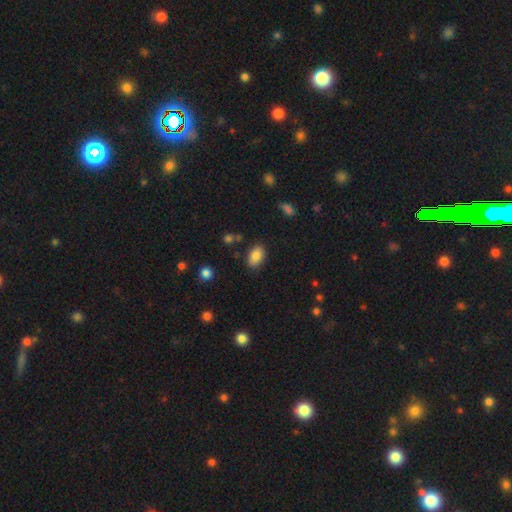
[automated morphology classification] Overall: smooth (84%). How rounded: in between (90%). Merging: none (83%).